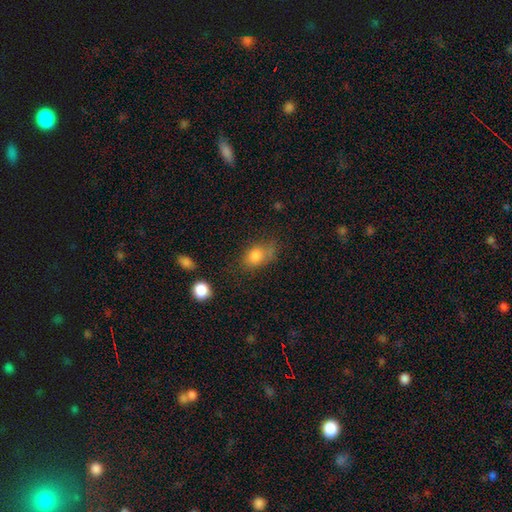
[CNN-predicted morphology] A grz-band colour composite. It shows a smooth galaxy with no disk features (80%) that is in between round and cigar-shaped (71%). Merging: none (51%).